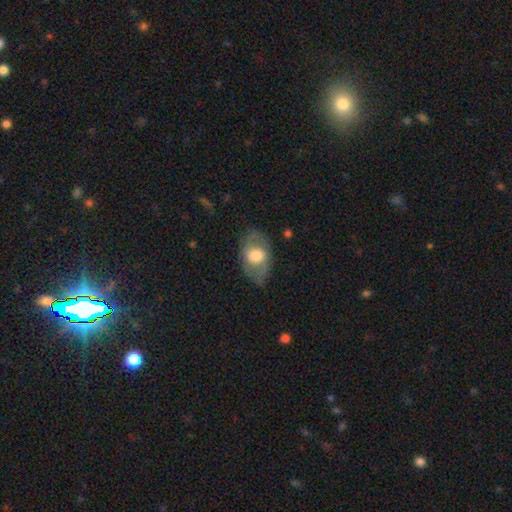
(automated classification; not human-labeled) The model was most divided on "smooth or featured": featured or disk: 50%, smooth: 43%, star or artifact: 7%. More confident: merging — none (67%).